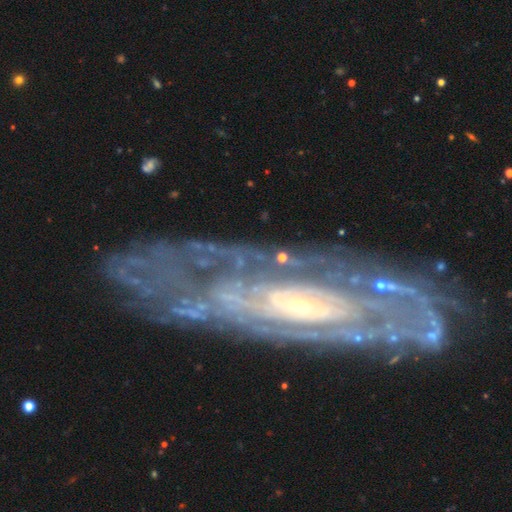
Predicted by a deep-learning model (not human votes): Q: Smooth or featured?
A: featured or disk (86%); runner-up: smooth (7%)
Q: Edge-on disk?
A: no (88%); runner-up: yes (12%)
Q: Bar?
A: no (63%); runner-up: weak (22%)
Q: Spiral arms?
A: yes (93%); runner-up: no (7%)
Q: Spiral winding?
A: tight (72%); runner-up: medium (22%)
Q: Spiral arm count?
A: can't tell (38%); runner-up: 2 (24%)
Q: Bulge size?
A: small (76%); runner-up: moderate (17%)
Q: Merging?
A: none (68%); runner-up: minor disturbance (18%)